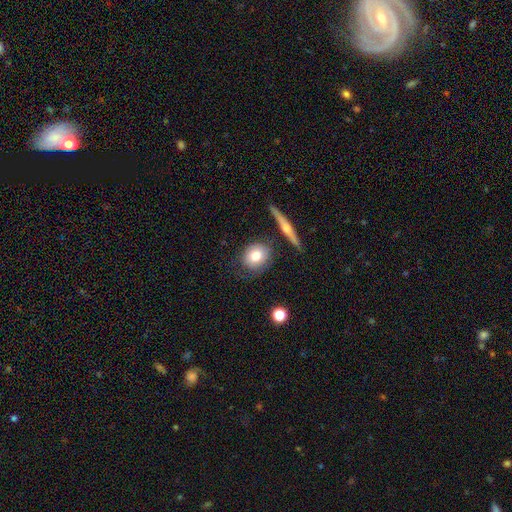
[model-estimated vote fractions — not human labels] Smooth or featured? Predicted: smooth (p=0.75). How rounded? Predicted: round (p=0.75). Merging? Predicted: none (p=0.74).